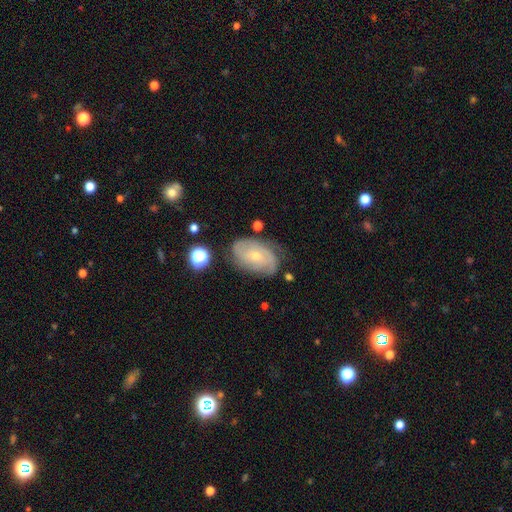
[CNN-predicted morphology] A featured or disk galaxy (73%) with no bar (70%), 2 (42%) tight (52%) spiral arms (91%) and a small central bulge (69%).

Vote fractions:
- Smooth or featured? featured or disk: 73% / smooth: 20% / star or artifact: 7%
- Edge-on disk? no: 96% / yes: 4%
- Bar? no: 70% / weak: 26% / strong: 5%
- Spiral arms? yes: 91% / no: 9%
- Spiral winding? tight: 52% / medium: 35% / loose: 13%
- Spiral arm count? 2: 42% / can't tell: 31% / 3: 15% / 4: 5% / 1: 4% / more than 4: 3%
- Bulge size? small: 69% / moderate: 28% / none: 1% / large: 1% / dominant: 1%
- Merging? none: 70% / minor disturbance: 21% / major disturbance: 7% / merger: 2%